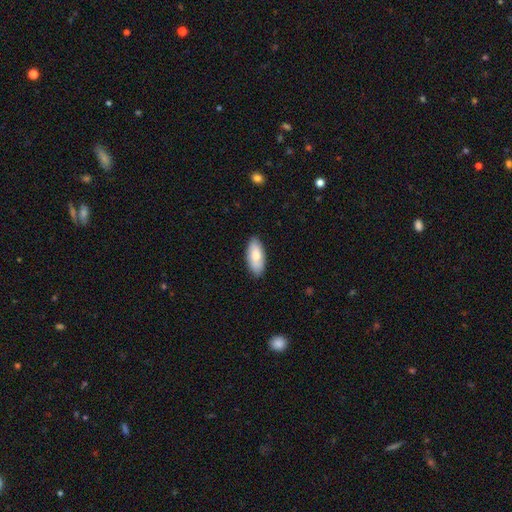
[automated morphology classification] smooth 80%, featured or disk 15%, star or artifact 6%. Down the decision tree: how rounded — in between (88%); merging — none (86%).